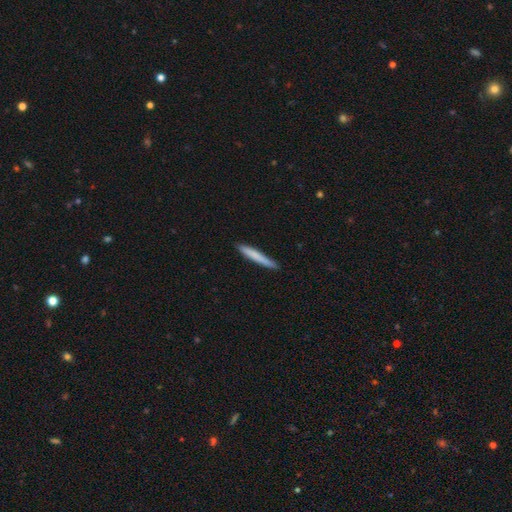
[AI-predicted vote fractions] smooth_or_featured: smooth (p=0.73) [alt: featured or disk p=0.21]
how_rounded: cigar-shaped (p=0.96) [alt: in between p=0.03]
merging: none (p=0.88) [alt: minor disturbance p=0.09]